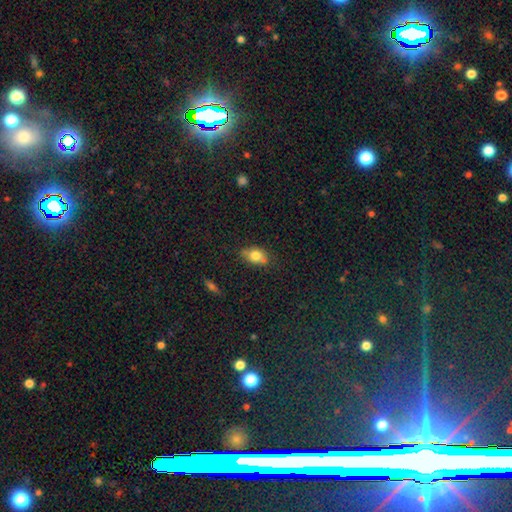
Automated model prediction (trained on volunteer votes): Overall: smooth (76%). How rounded: in between (72%). Merging: none (62%; minor disturbance 23%).